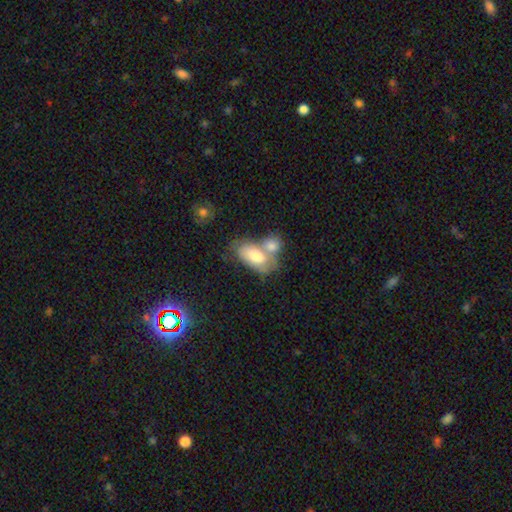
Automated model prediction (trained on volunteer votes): A smooth galaxy with no disk features (73%) that is in between round and cigar-shaped (92%).

Vote fractions:
- Smooth or featured? smooth: 73% / featured or disk: 21% / star or artifact: 6%
- How rounded? in between: 92% / round: 5% / cigar-shaped: 3%
- Merging? merger: 59% / none: 24% / minor disturbance: 11% / major disturbance: 6%